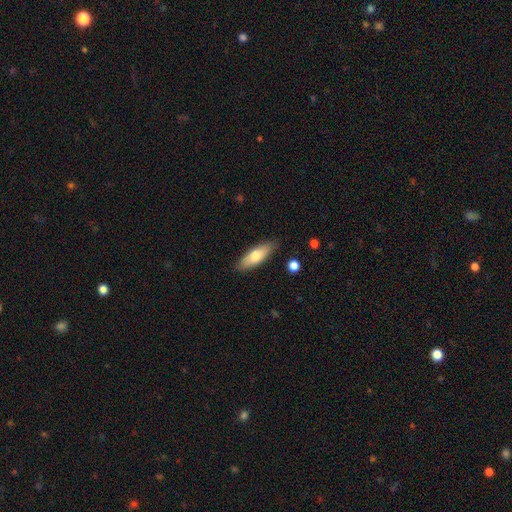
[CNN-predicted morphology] Overall: smooth (72%). How rounded: in between (53%; cigar-shaped 45%). Merging: none (86%).